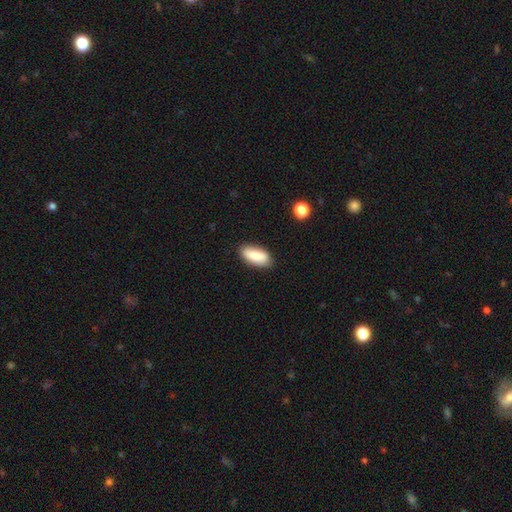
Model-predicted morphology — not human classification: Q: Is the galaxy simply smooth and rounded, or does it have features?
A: smooth — 84%.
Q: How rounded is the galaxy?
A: in between — 85%.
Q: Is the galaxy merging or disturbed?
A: none — 83%.